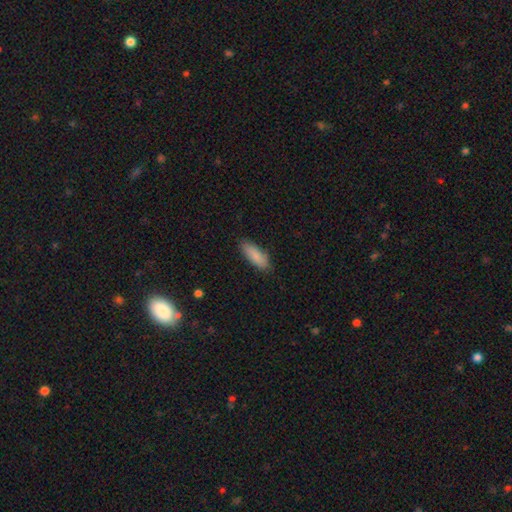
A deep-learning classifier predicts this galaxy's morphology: smooth 87%, featured or disk 7%, star or artifact 6%. Down the decision tree: how rounded — in between (64%); merging — none (84%).